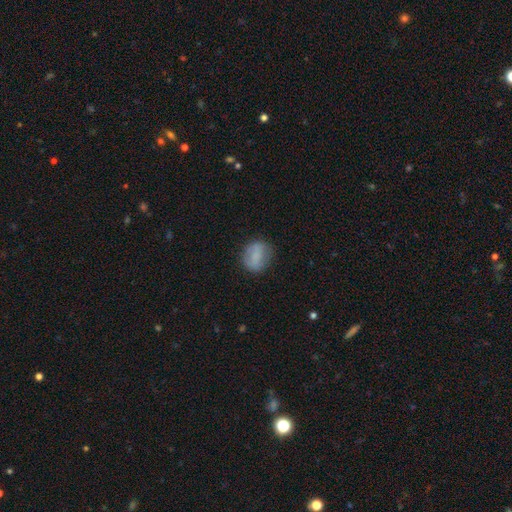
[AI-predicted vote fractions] This is likely a smooth galaxy (75%). How rounded: possibly round (55%). Merging: likely none (76%).